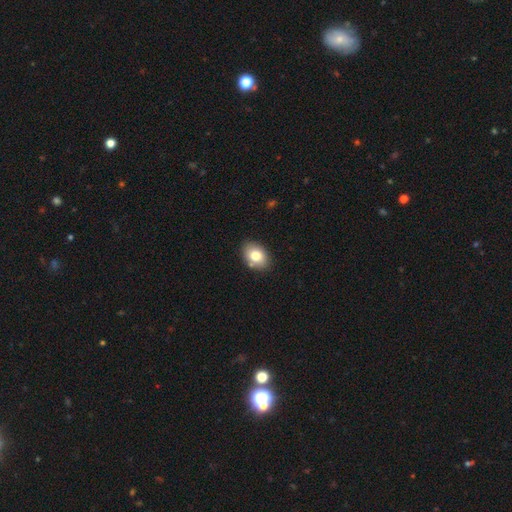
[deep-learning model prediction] Q: Smooth or featured?
A: smooth (79%); runner-up: featured or disk (13%)
Q: How rounded?
A: in between (77%); runner-up: round (22%)
Q: Merging?
A: none (82%); runner-up: minor disturbance (12%)